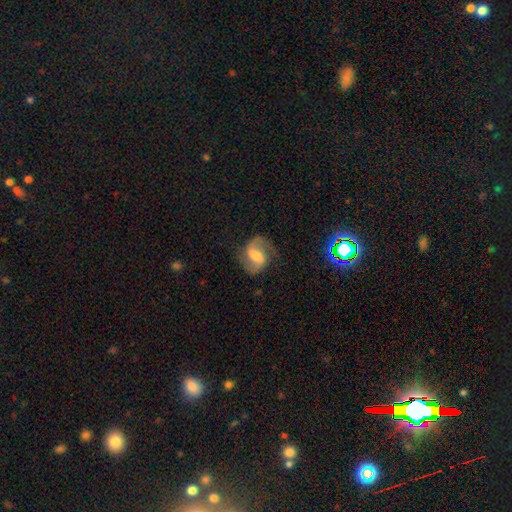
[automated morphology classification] smooth-or-featured: featured or disk: 80% | smooth: 14% | star or artifact: 6%
  disk-edge-on: no: 98% | yes: 2%
    bar: weak: 51% | strong: 30% | no: 18%
    has-spiral-arms: yes: 95% | no: 5%
      spiral-winding: medium: 49% | loose: 38% | tight: 13%
      spiral-arm-count: 2: 89% | 1: 5% | can't tell: 3% | 3: 1% | 4: 1% | more than 4: 1%
    bulge-size: moderate: 50% | small: 22% | large: 17% | none: 9% | dominant: 2%
  merging: none: 74% | minor disturbance: 16% | major disturbance: 8% | merger: 1%